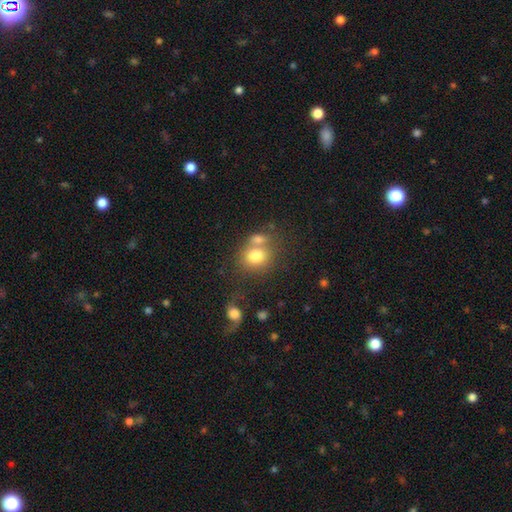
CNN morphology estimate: This is likely a smooth galaxy (77%). How rounded: likely round (68%). Merging: marginally none (44%).